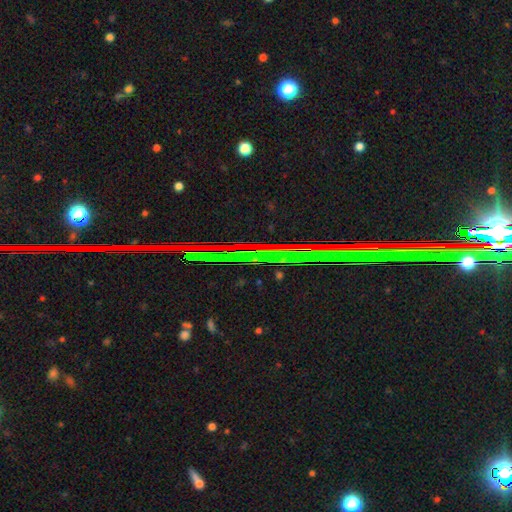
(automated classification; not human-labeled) Smooth or featured: star or artifact — 84% (featured or disk — 9%)